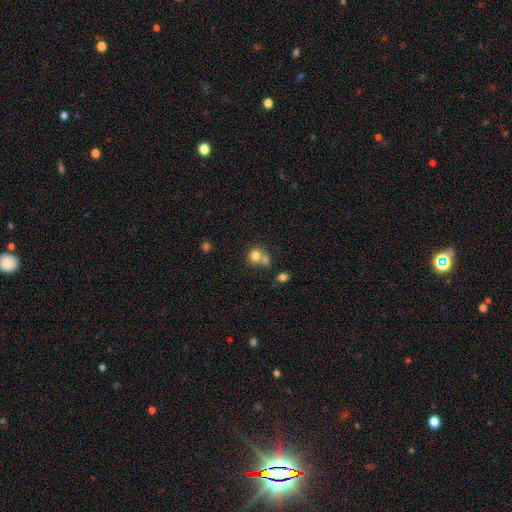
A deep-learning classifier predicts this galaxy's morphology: Q: Smooth or featured?
A: smooth (77%); runner-up: featured or disk (11%)
Q: How rounded?
A: round (79%); runner-up: in between (21%)
Q: Merging?
A: merger (51%); runner-up: none (38%)